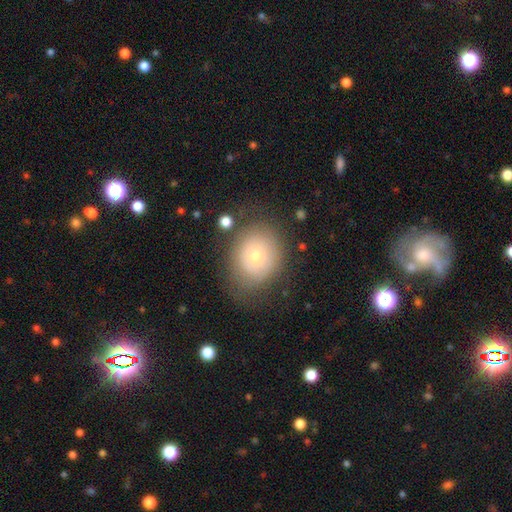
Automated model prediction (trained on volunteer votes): Smooth or featured? Predicted: smooth (p=0.64). How rounded? Predicted: round (p=0.66). Merging? Predicted: none (p=0.66).